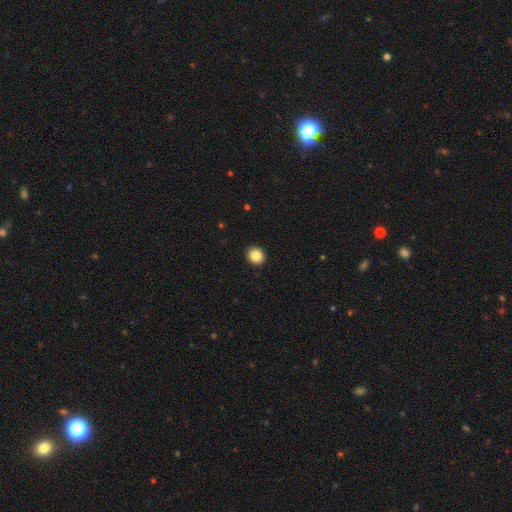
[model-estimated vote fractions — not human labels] smooth-or-featured: smooth: 85% | star or artifact: 10% | featured or disk: 5%
  how-rounded: round: 79% | in between: 20% | cigar-shaped: 1%
  merging: none: 93% | minor disturbance: 5% | major disturbance: 1% | merger: 1%